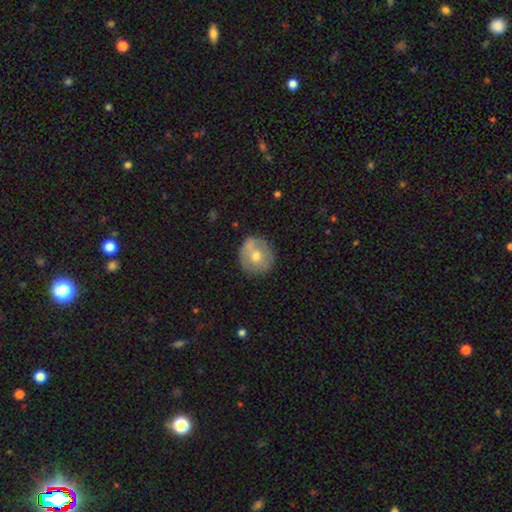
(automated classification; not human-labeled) smooth-or-featured: smooth: 58% | featured or disk: 33% | star or artifact: 8%
  how-rounded: round: 92% | in between: 7% | cigar-shaped: 1%
  merging: none: 79% | minor disturbance: 15% | major disturbance: 3% | merger: 3%